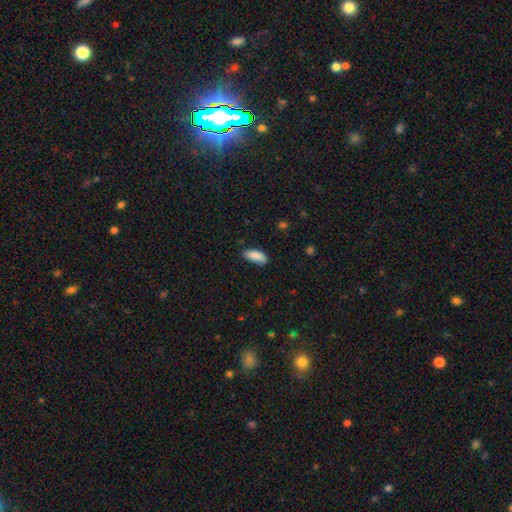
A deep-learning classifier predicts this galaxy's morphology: The model was most divided on "merging": none: 77%, minor disturbance: 18%, major disturbance: 3%, merger: 2%. More confident: smooth or featured — smooth (88%); how rounded — in between (79%).